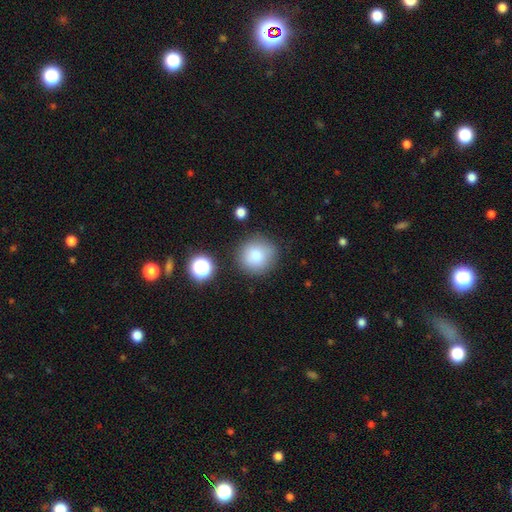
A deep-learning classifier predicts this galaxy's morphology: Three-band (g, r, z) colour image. It shows a smooth galaxy with no disk features (83%) that is round (92%). Merging: none (81%).